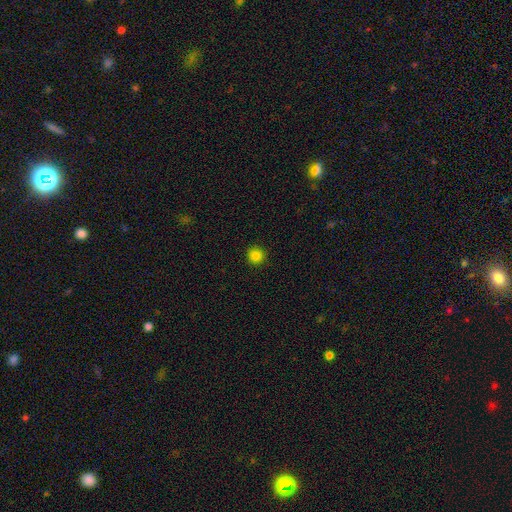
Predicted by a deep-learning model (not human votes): Q: Smooth or featured?
A: smooth (84%); runner-up: star or artifact (13%)
Q: How rounded?
A: round (95%); runner-up: in between (4%)
Q: Merging?
A: none (92%); runner-up: minor disturbance (5%)